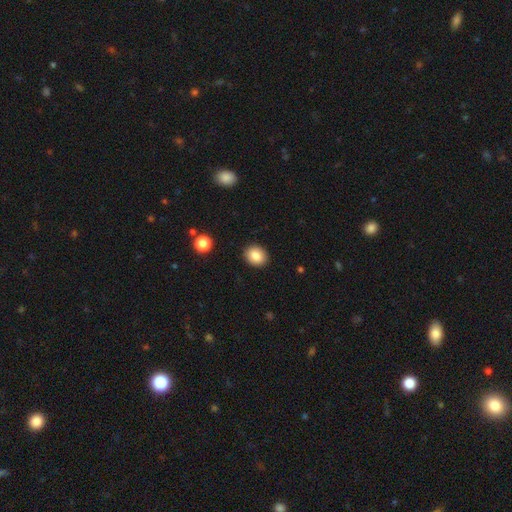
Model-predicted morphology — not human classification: A smooth galaxy with no disk features (85%) that is round (56%).

Vote fractions:
- Smooth or featured? smooth: 85% / star or artifact: 9% / featured or disk: 6%
- How rounded? round: 56% / in between: 43% / cigar-shaped: 1%
- Merging? none: 90% / minor disturbance: 7% / major disturbance: 2% / merger: 1%